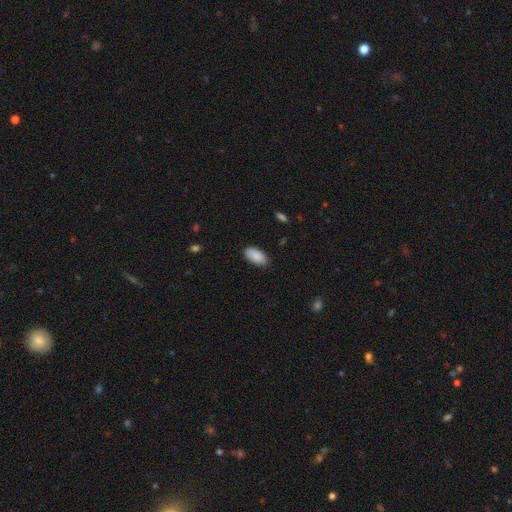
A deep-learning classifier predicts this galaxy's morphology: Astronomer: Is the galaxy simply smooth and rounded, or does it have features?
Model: smooth — 89%.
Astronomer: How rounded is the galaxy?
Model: in between — 95%.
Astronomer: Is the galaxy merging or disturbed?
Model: none — 83%.